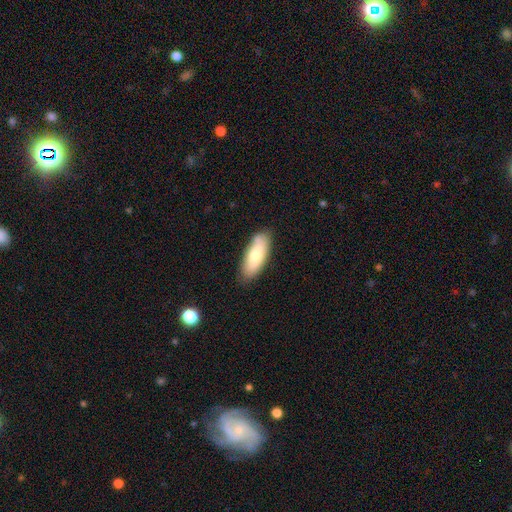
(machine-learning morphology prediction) smooth_or_featured: smooth (p=0.74) [alt: featured or disk p=0.20]
how_rounded: in between (p=0.75) [alt: cigar-shaped p=0.23]
merging: none (p=0.79) [alt: minor disturbance p=0.15]